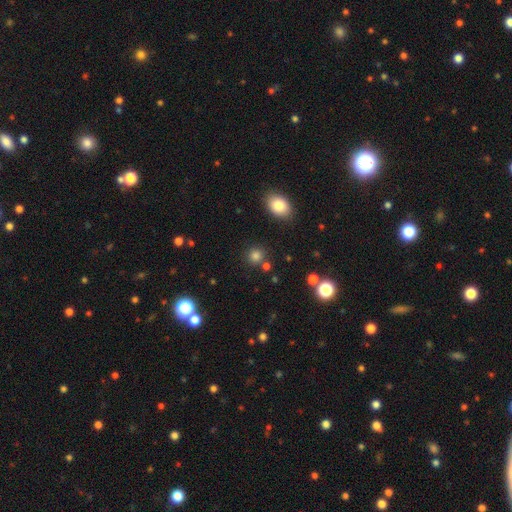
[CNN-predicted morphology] Smooth or featured? Predicted: smooth (p=0.78). How rounded? Predicted: round (p=0.89). Merging? Predicted: none (p=0.80).